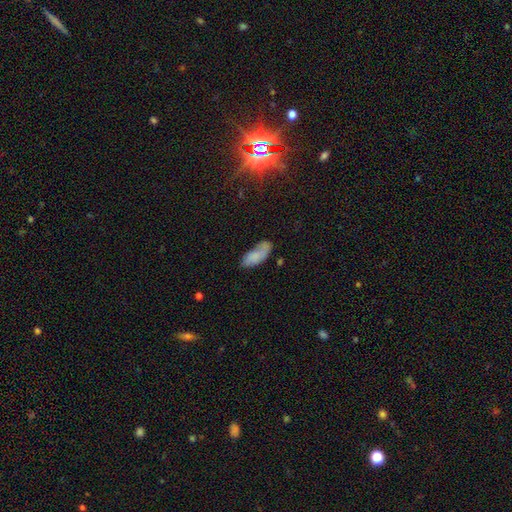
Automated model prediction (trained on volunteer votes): A smooth galaxy with no disk features (72%) that is in between round and cigar-shaped (82%).

Vote fractions:
- Smooth or featured? smooth: 72% / featured or disk: 19% / star or artifact: 8%
- How rounded? in between: 82% / cigar-shaped: 16% / round: 2%
- Merging? none: 57% / minor disturbance: 28% / major disturbance: 9% / merger: 5%